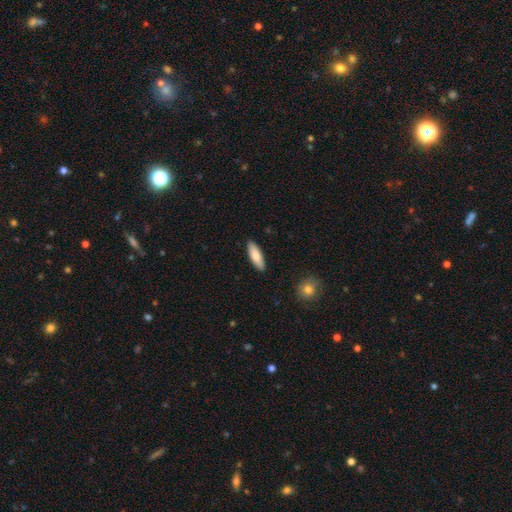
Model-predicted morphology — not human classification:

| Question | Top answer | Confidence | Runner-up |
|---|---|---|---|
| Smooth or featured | smooth | 82% | featured or disk (13%) |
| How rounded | in between | 55% | cigar-shaped (43%) |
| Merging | none | 90% | minor disturbance (7%) |